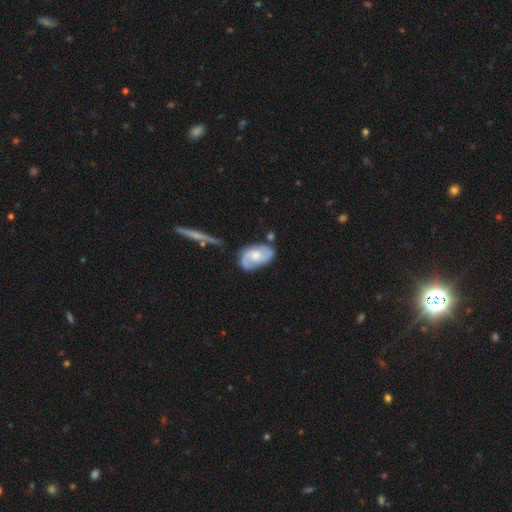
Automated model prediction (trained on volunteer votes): featured or disk 73%, smooth 21%, star or artifact 6%. Down the decision tree: edge-on disk — no (96%); bar — no (61%); spiral arms — yes (94%); spiral arm count — 2 (82%); spiral winding — medium (48%); bulge size — moderate (49%); merging — none (67%).